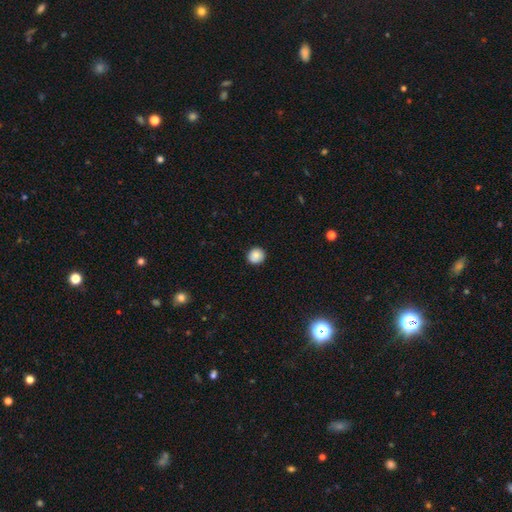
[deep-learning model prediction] Q: Smooth or featured?
A: smooth (86%); runner-up: star or artifact (9%)
Q: How rounded?
A: round (91%); runner-up: in between (8%)
Q: Merging?
A: none (89%); runner-up: minor disturbance (8%)